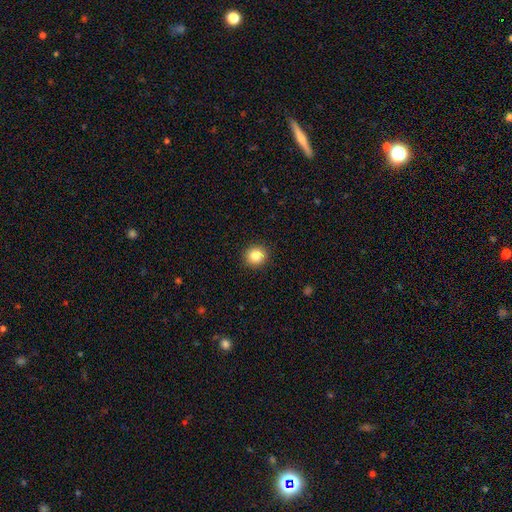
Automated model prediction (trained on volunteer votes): smooth_or_featured: smooth (p=0.84) [alt: star or artifact p=0.10]
how_rounded: round (p=0.89) [alt: in between p=0.10]
merging: none (p=0.92) [alt: minor disturbance p=0.06]